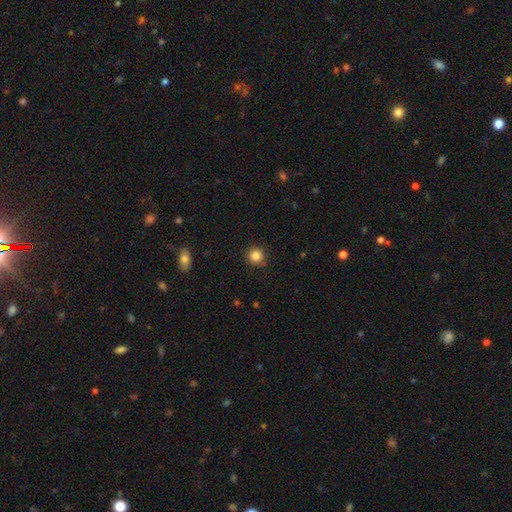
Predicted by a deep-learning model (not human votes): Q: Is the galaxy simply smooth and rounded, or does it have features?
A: smooth — 84%.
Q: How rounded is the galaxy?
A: round — 95%.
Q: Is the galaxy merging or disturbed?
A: none — 89%.